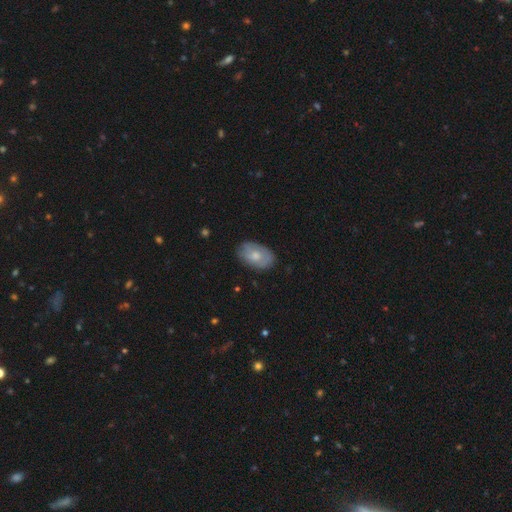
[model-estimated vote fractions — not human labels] The model was most divided on "smooth or featured": smooth: 58%, featured or disk: 36%, star or artifact: 6%. More confident: how rounded — in between (90%); merging — none (76%).